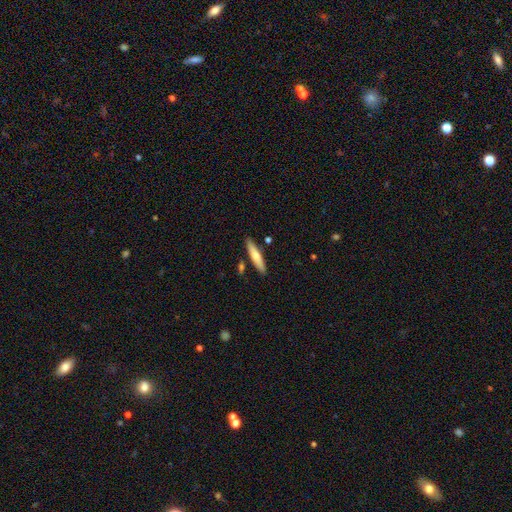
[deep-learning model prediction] Smooth or featured? smooth (62%)
How rounded? cigar-shaped (85%)
Merging? none (84%)